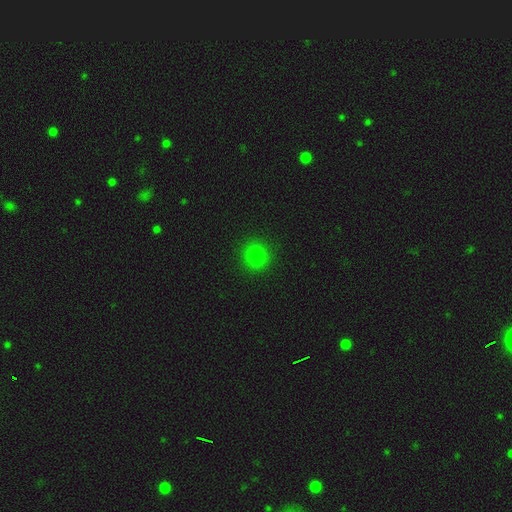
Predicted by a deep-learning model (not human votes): This is likely a smooth galaxy (80%). How rounded: clearly round (89%). Merging: clearly none (90%).